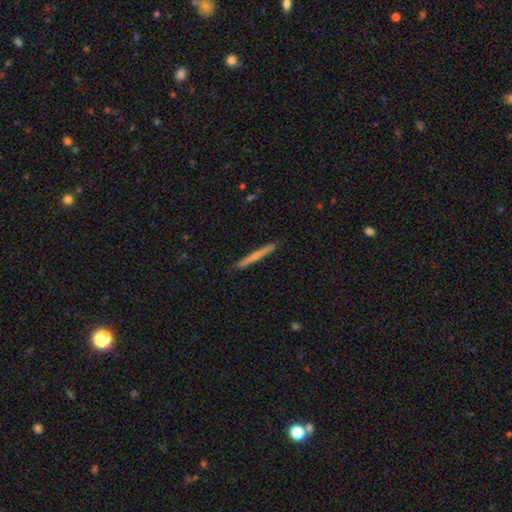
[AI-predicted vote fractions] smooth 60%, featured or disk 35%, star or artifact 5%. Down the decision tree: how rounded — cigar-shaped (97%); merging — none (91%).